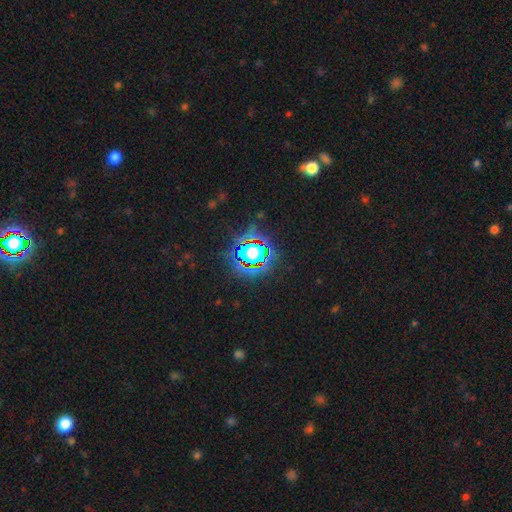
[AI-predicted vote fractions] Smooth or featured? Predicted: star or artifact (p=0.81).